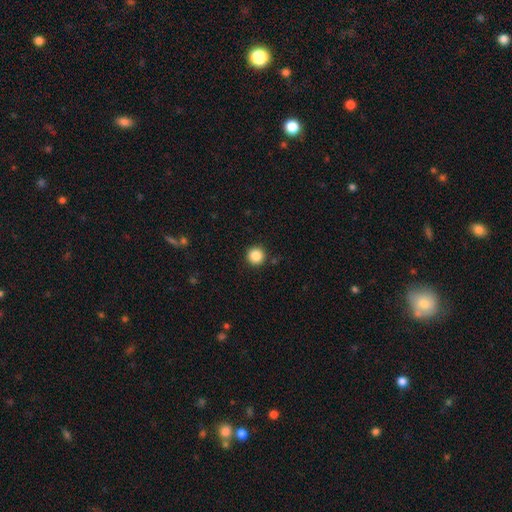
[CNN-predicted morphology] Smooth or featured: smooth — 86% (star or artifact — 10%)
How rounded: round — 96% (in between — 3%)
Merging: none — 92% (minor disturbance — 5%)